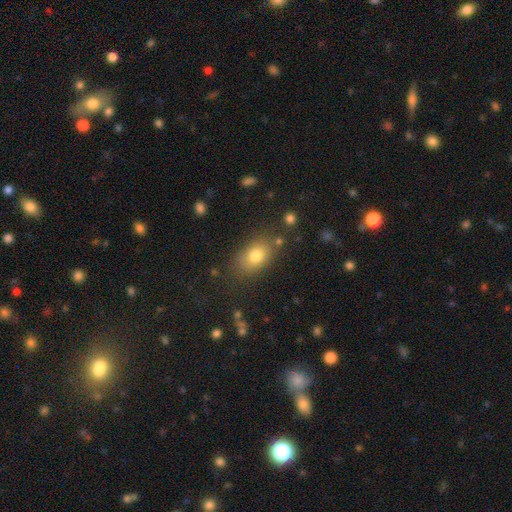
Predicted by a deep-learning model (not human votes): This appears to be a smooth galaxy with no disk features (78%) that is in between round and cigar-shaped (78%). Merging: none (78%).